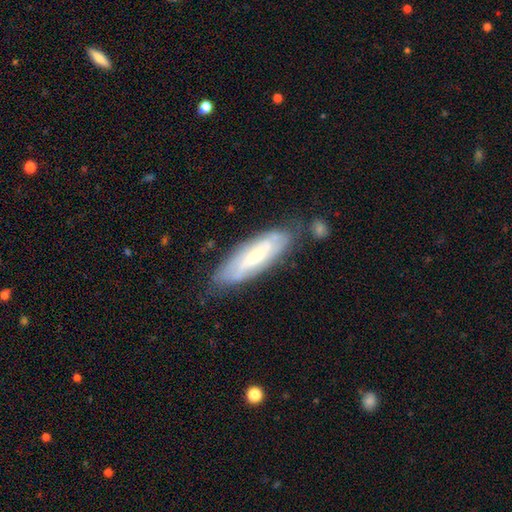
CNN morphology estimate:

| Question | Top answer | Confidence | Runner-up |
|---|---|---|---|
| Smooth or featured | featured or disk | 59% | smooth (35%) |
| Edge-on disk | no | 72% | yes (28%) |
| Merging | none | 71% | minor disturbance (20%) |